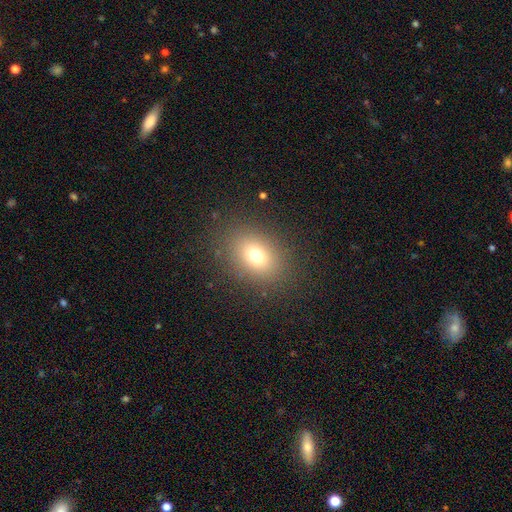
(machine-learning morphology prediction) Smooth or featured?
  - smooth: 72% *
  - star or artifact: 16%
  - featured or disk: 12%
How rounded?
  - in between: 62% *
  - round: 37%
  - cigar-shaped: 1%
Merging?
  - none: 86% *
  - minor disturbance: 8%
  - major disturbance: 5%
  - merger: 1%